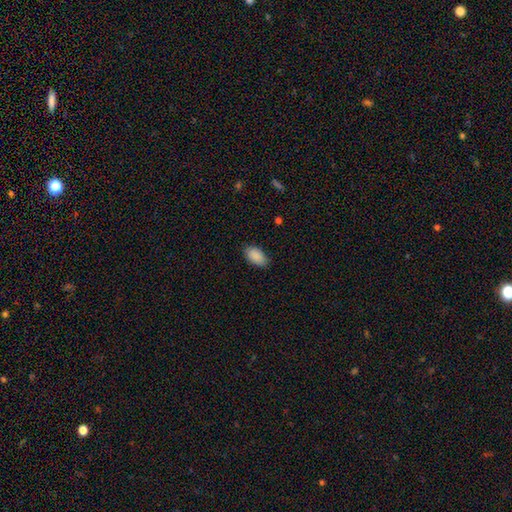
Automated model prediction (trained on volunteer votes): This is clearly a smooth galaxy (90%). How rounded: clearly in between (94%). Merging: clearly none (83%).